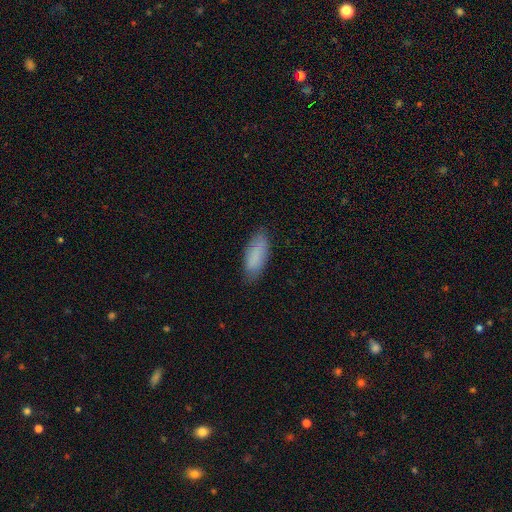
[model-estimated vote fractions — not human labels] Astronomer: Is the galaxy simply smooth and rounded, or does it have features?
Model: smooth — 86%.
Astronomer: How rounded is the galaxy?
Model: in between — 75%.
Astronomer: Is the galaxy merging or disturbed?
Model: none — 79%.